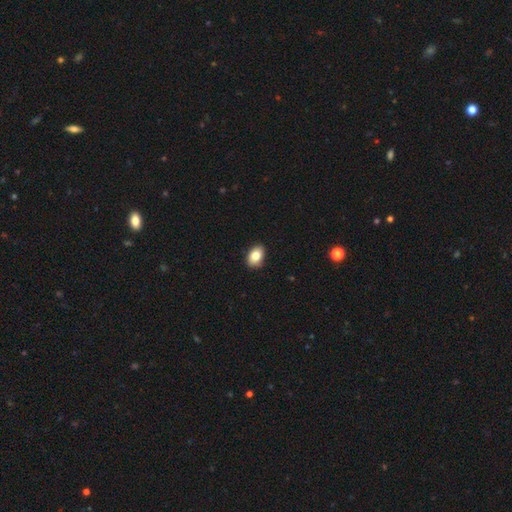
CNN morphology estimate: A smooth galaxy with no disk features (82%) that is in between round and cigar-shaped (84%).

Vote fractions:
- Smooth or featured? smooth: 82% / featured or disk: 10% / star or artifact: 8%
- How rounded? in between: 84% / round: 15% / cigar-shaped: 1%
- Merging? none: 85% / minor disturbance: 12% / major disturbance: 2% / merger: 1%